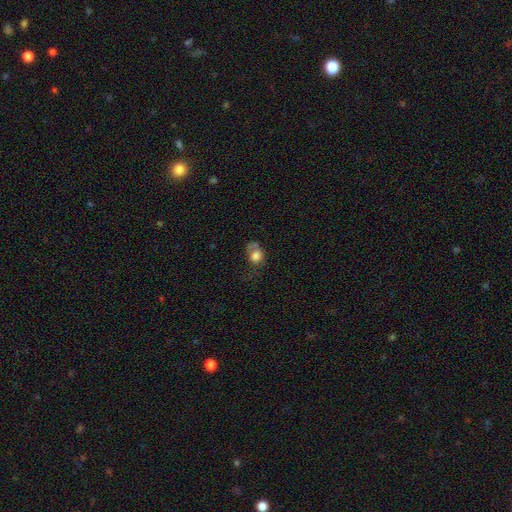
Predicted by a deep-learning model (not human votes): A smooth galaxy with no disk features (75%) that is round (67%).

Vote fractions:
- Smooth or featured? smooth: 75% / featured or disk: 14% / star or artifact: 11%
- How rounded? round: 67% / in between: 32% / cigar-shaped: 1%
- Merging? major disturbance: 33% / none: 32% / minor disturbance: 25% / merger: 10%